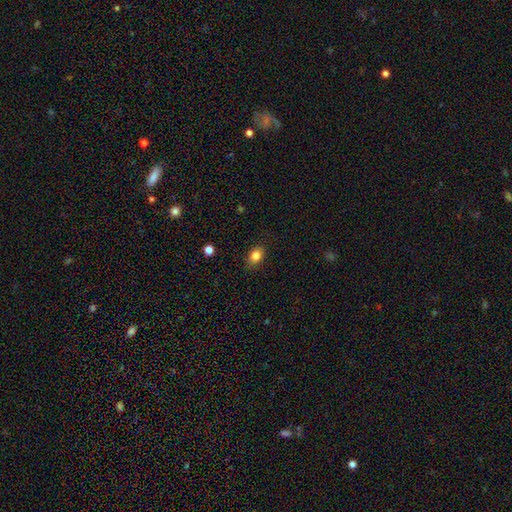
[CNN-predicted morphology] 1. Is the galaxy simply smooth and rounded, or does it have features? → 83% smooth, 10% star or artifact, 7% featured or disk.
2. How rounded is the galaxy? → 71% in between, 28% round, 1% cigar-shaped.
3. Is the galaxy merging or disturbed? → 86% none, 11% minor disturbance, 3% major disturbance, 1% merger.